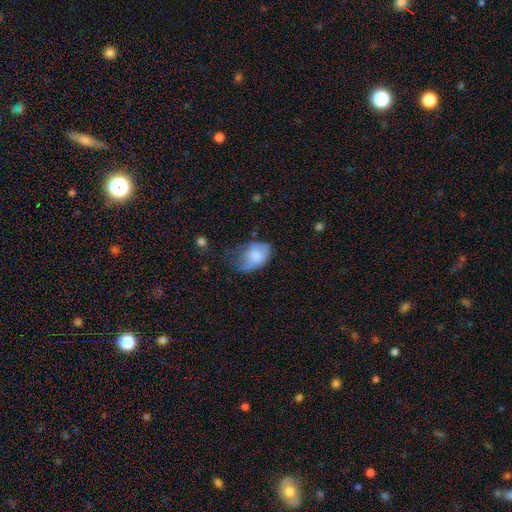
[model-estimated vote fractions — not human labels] A smooth galaxy with no disk features (74%) that is in between round and cigar-shaped (82%).

Vote fractions:
- Smooth or featured? smooth: 74% / featured or disk: 19% / star or artifact: 7%
- How rounded? in between: 82% / round: 17% / cigar-shaped: 1%
- Merging? minor disturbance: 41% / none: 28% / major disturbance: 28% / merger: 3%